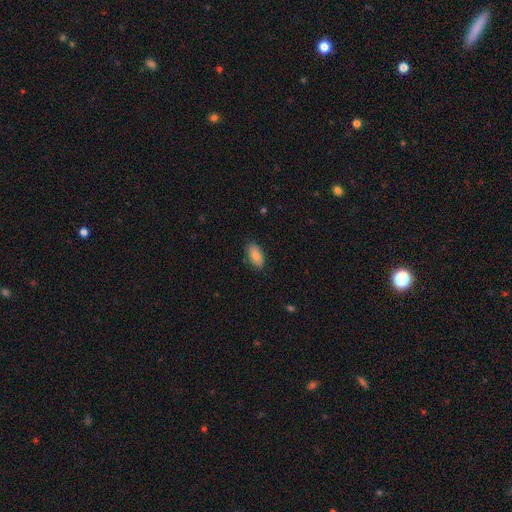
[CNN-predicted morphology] Overall: smooth (86%). How rounded: in between (92%). Merging: none (86%).